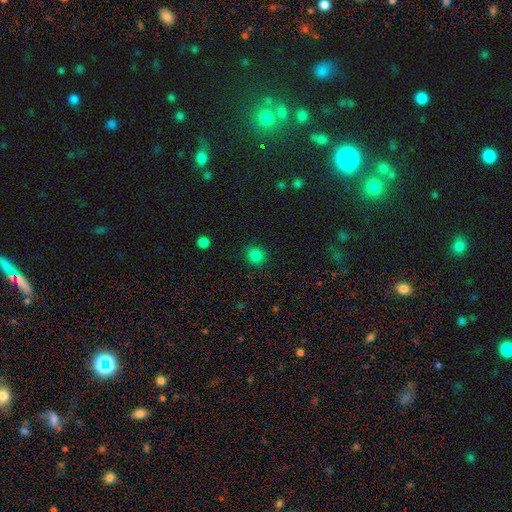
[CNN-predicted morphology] This appears to be a smooth galaxy with no disk features (83%) that is round (84%). Merging: none (90%).